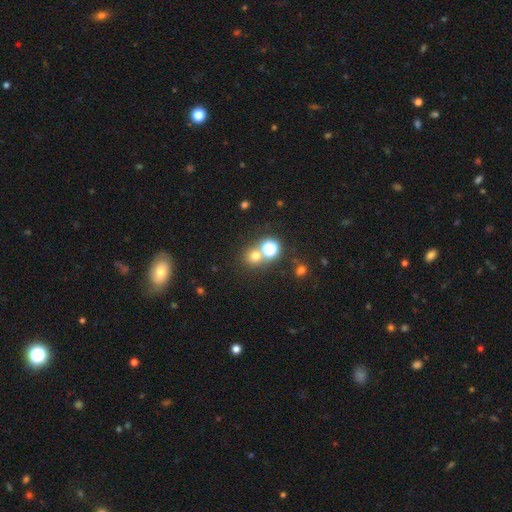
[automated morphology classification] A smooth galaxy with no disk features (66%) that is round (87%).

Vote fractions:
- Smooth or featured? smooth: 66% / star or artifact: 26% / featured or disk: 8%
- How rounded? round: 87% / in between: 12% / cigar-shaped: 1%
- Merging? none: 64% / merger: 25% / minor disturbance: 7% / major disturbance: 4%